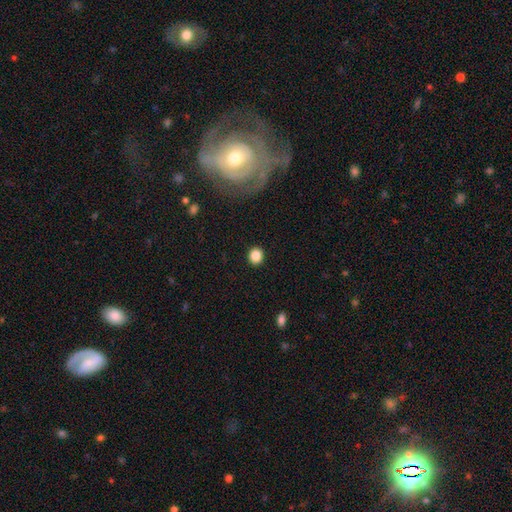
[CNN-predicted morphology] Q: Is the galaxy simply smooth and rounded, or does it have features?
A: smooth — 86%.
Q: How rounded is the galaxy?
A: round — 80%.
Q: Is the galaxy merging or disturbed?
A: none — 91%.